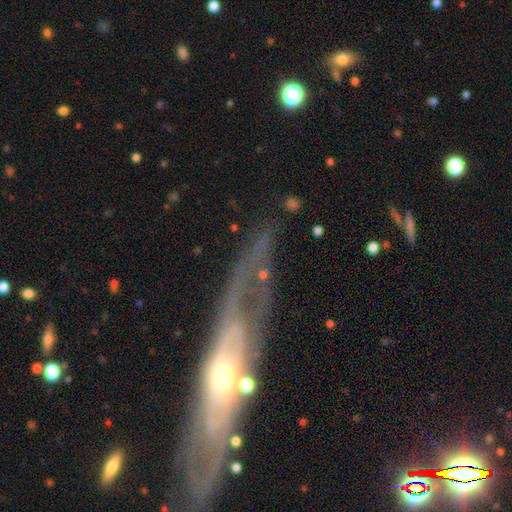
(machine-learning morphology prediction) Smooth or featured: featured or disk — 73% (smooth — 18%)
Edge-on disk: no — 64% (yes — 36%)
Merging: none — 66% (minor disturbance — 17%)